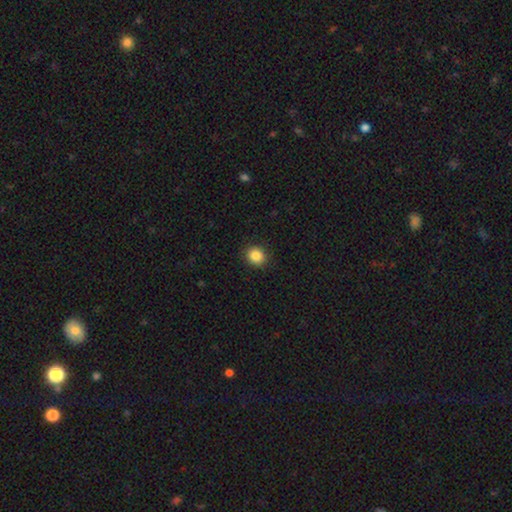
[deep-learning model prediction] Smooth or featured? Predicted: smooth (p=0.86). How rounded? Predicted: round (p=0.78). Merging? Predicted: none (p=0.90).